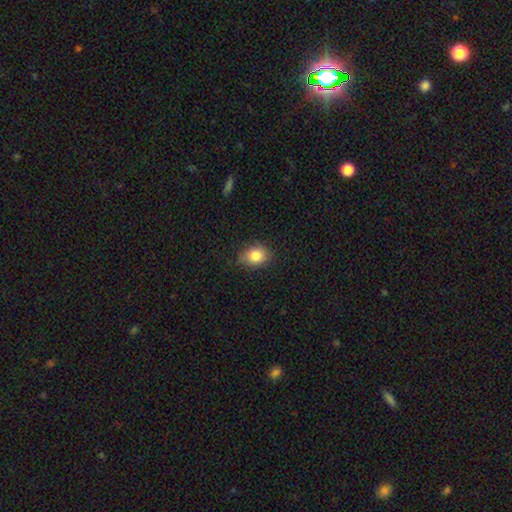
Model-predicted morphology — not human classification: A smooth galaxy with no disk features (84%) that is in between round and cigar-shaped (56%).

Vote fractions:
- Smooth or featured? smooth: 84% / star or artifact: 9% / featured or disk: 7%
- How rounded? in between: 56% / round: 43% / cigar-shaped: 1%
- Merging? none: 79% / minor disturbance: 16% / major disturbance: 3% / merger: 1%